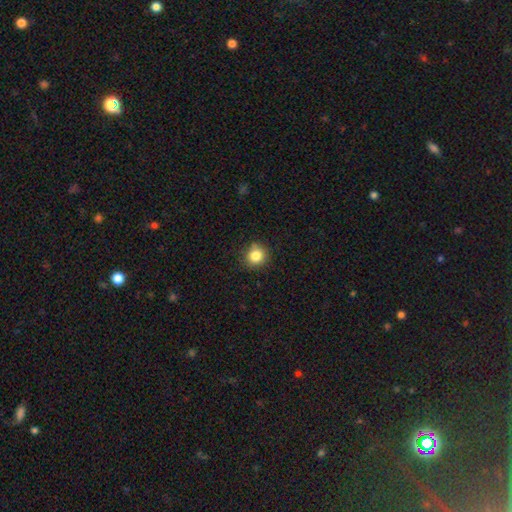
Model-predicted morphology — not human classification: Smooth or featured?
  - smooth: 84% *
  - star or artifact: 11%
  - featured or disk: 5%
How rounded?
  - round: 91% *
  - in between: 8%
  - cigar-shaped: 1%
Merging?
  - none: 85% *
  - minor disturbance: 11%
  - major disturbance: 2%
  - merger: 2%